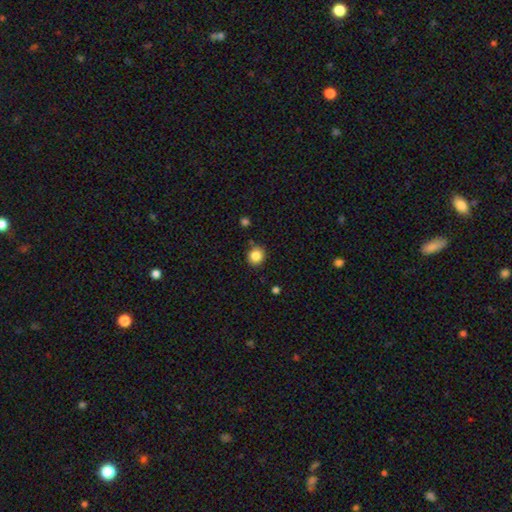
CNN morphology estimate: type=smooth (85%); roundness=round (87%); merging=none (85%).